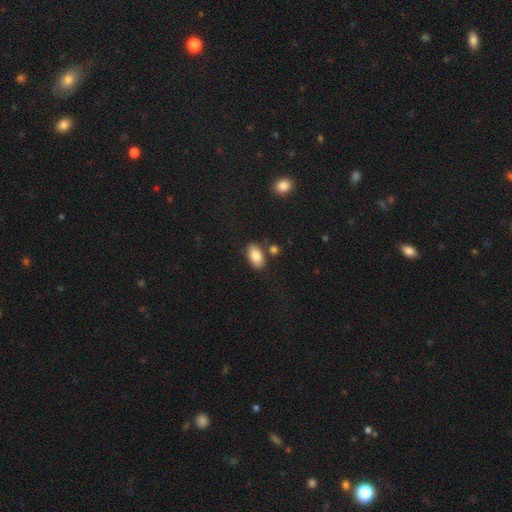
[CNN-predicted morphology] Q: Smooth or featured?
A: smooth (85%); runner-up: featured or disk (8%)
Q: How rounded?
A: in between (93%); runner-up: round (5%)
Q: Merging?
A: none (79%); runner-up: minor disturbance (11%)